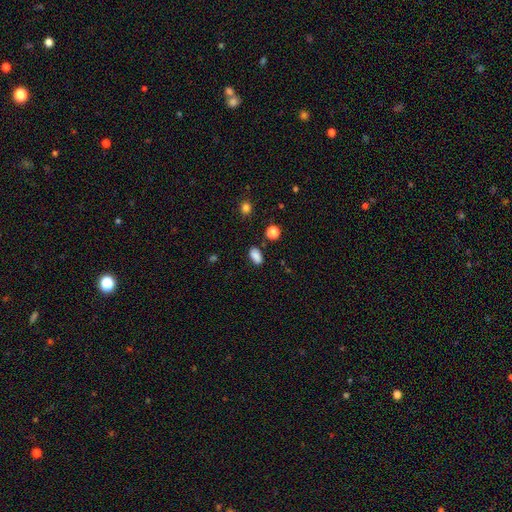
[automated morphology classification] Smooth or featured: smooth — 84% (star or artifact — 11%)
How rounded: in between — 89% (round — 8%)
Merging: none — 78% (minor disturbance — 15%)